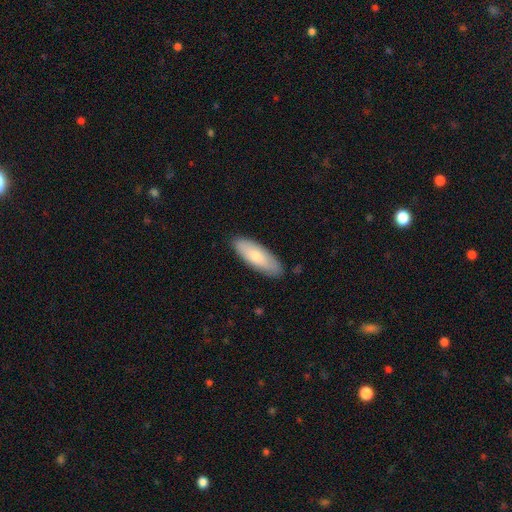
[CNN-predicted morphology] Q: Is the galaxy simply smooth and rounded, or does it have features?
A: smooth — 75%.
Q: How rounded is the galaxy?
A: in between — 66%.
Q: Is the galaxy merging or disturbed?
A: none — 86%.